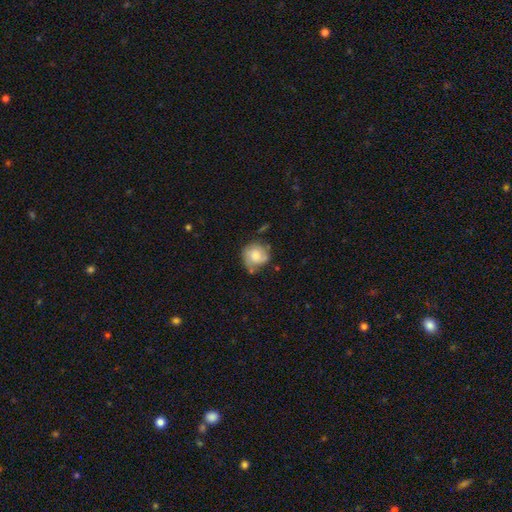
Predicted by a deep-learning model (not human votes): Q: Smooth or featured?
A: smooth (69%); runner-up: featured or disk (23%)
Q: How rounded?
A: round (83%); runner-up: in between (16%)
Q: Merging?
A: none (57%); runner-up: minor disturbance (27%)